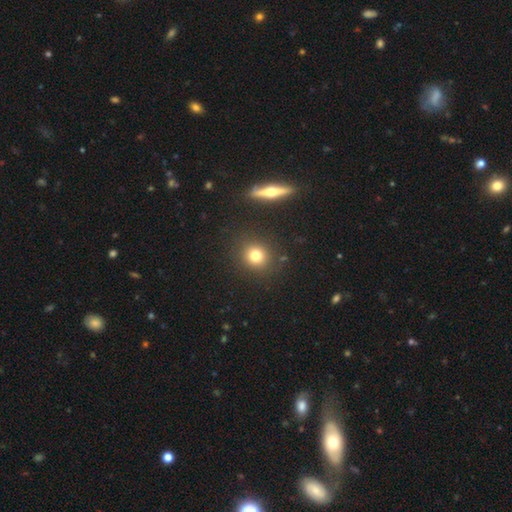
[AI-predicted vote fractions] Q: Smooth or featured?
A: smooth (77%); runner-up: star or artifact (13%)
Q: How rounded?
A: round (89%); runner-up: in between (10%)
Q: Merging?
A: none (88%); runner-up: minor disturbance (7%)